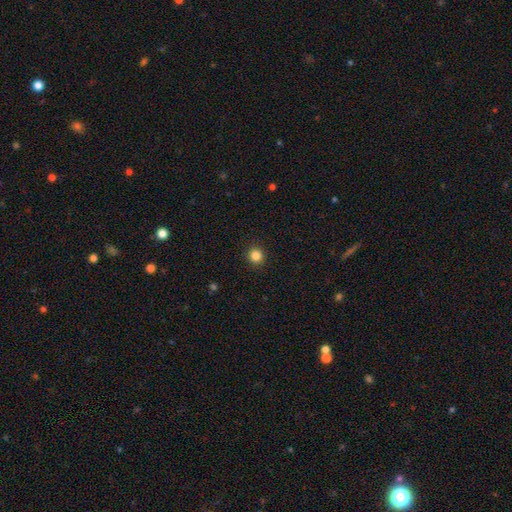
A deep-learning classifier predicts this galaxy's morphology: Smooth or featured?
  - smooth: 84% *
  - star or artifact: 12%
  - featured or disk: 4%
How rounded?
  - round: 94% *
  - in between: 5%
  - cigar-shaped: 1%
Merging?
  - none: 93% *
  - minor disturbance: 5%
  - major disturbance: 2%
  - merger: 1%